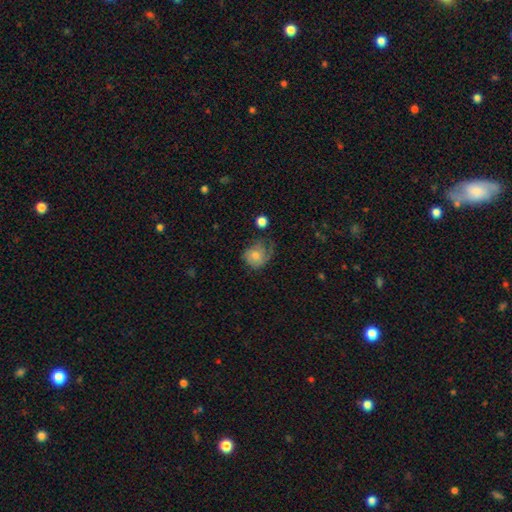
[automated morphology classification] Smooth or featured?
  - smooth: 58% *
  - featured or disk: 34%
  - star or artifact: 8%
How rounded?
  - round: 66% *
  - in between: 33%
  - cigar-shaped: 1%
Merging?
  - none: 38% *
  - minor disturbance: 31%
  - major disturbance: 28%
  - merger: 3%